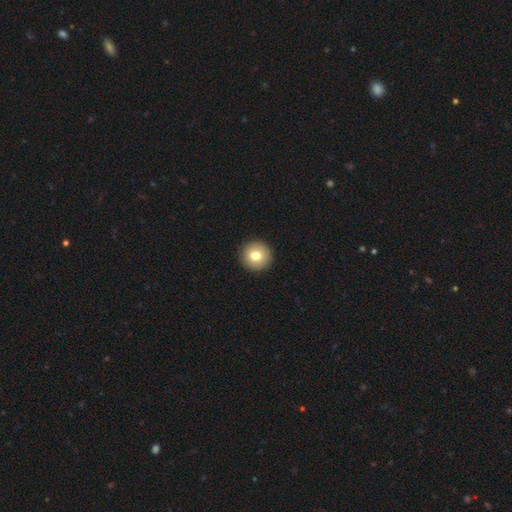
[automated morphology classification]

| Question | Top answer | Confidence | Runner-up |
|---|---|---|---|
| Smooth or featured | smooth | 79% | featured or disk (12%) |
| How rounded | round | 96% | in between (3%) |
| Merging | none | 93% | minor disturbance (4%) |